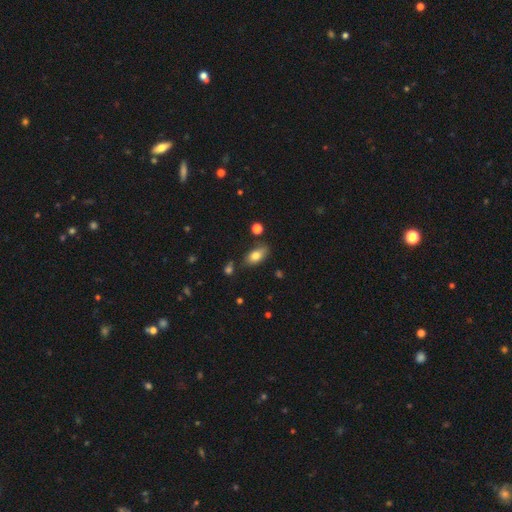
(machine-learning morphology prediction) Smooth or featured? smooth (78%)
How rounded? in between (89%)
Merging? none (76%)